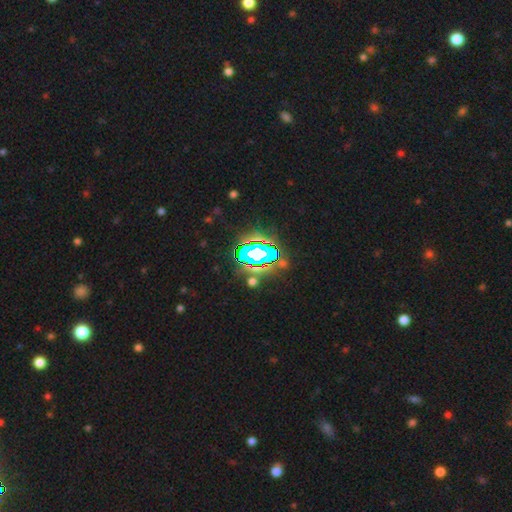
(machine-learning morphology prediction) A star or artifact, not a galaxy (73%).